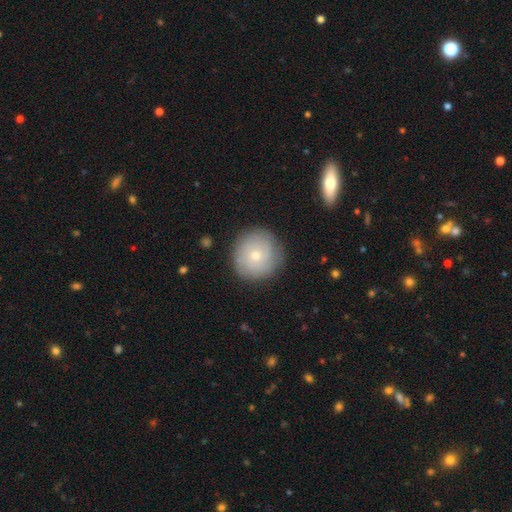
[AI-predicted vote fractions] Smooth or featured?
  - smooth: 52% *
  - featured or disk: 40%
  - star or artifact: 8%
How rounded?
  - round: 92% *
  - in between: 7%
  - cigar-shaped: 1%
Merging?
  - none: 83% *
  - minor disturbance: 12%
  - major disturbance: 3%
  - merger: 1%